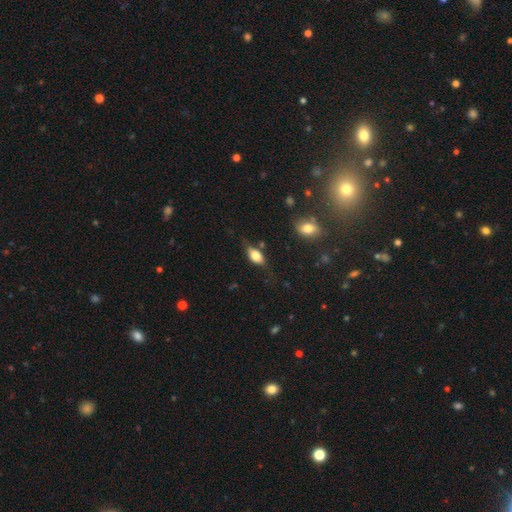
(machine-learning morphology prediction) Q: Smooth or featured?
A: smooth (74%); runner-up: featured or disk (19%)
Q: How rounded?
A: in between (86%); runner-up: cigar-shaped (7%)
Q: Merging?
A: none (66%); runner-up: minor disturbance (23%)